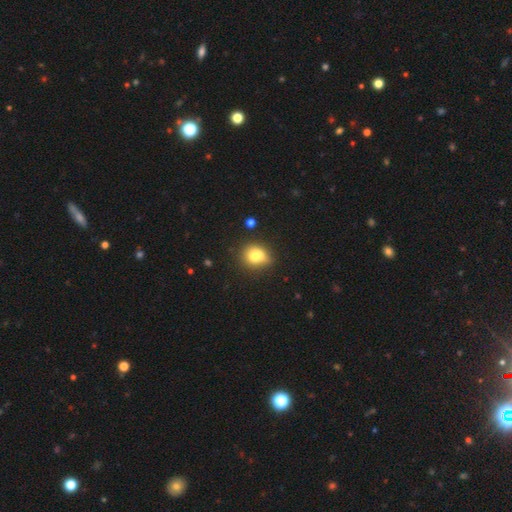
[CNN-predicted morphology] This is likely a smooth galaxy (75%). How rounded: possibly round (58%). Merging: possibly none (50%).